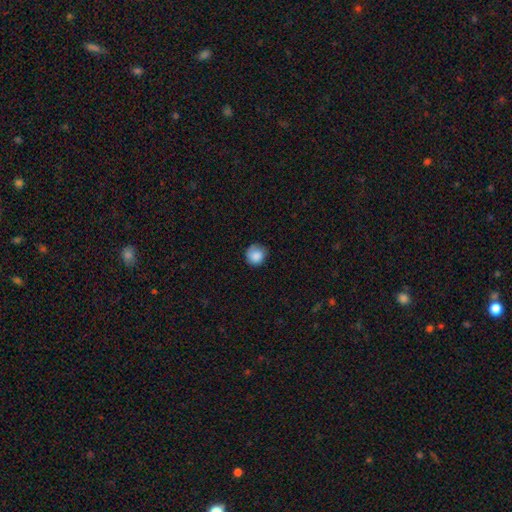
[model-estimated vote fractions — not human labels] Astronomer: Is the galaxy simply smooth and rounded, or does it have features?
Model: smooth — 85%.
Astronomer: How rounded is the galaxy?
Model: round — 87%.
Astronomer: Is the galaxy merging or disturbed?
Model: none — 70%.